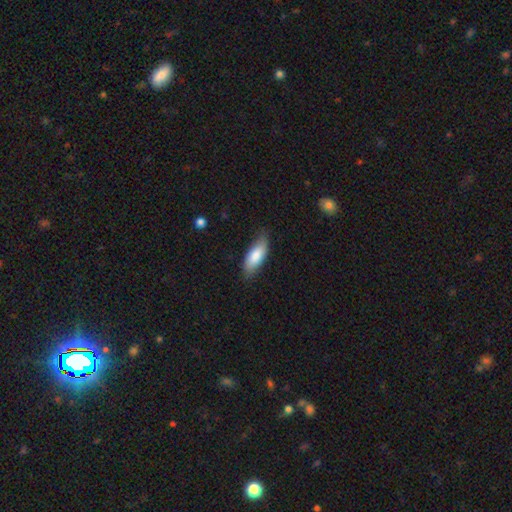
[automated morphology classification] Overall: smooth (82%). How rounded: in between (76%). Merging: none (74%).